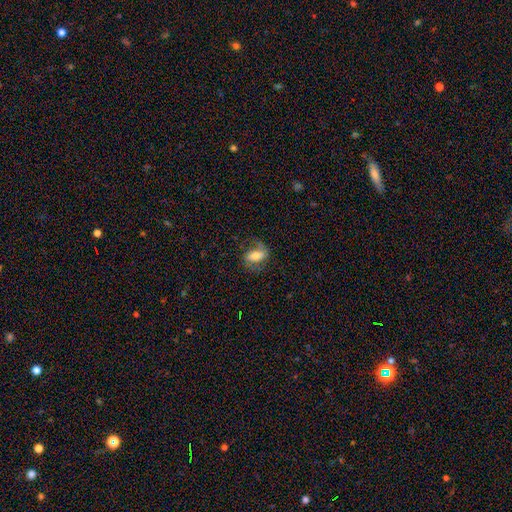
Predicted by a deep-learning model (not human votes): featured or disk 53%, smooth 39%, star or artifact 8%. Down the decision tree: edge-on disk — no (91%); merging — none (66%).